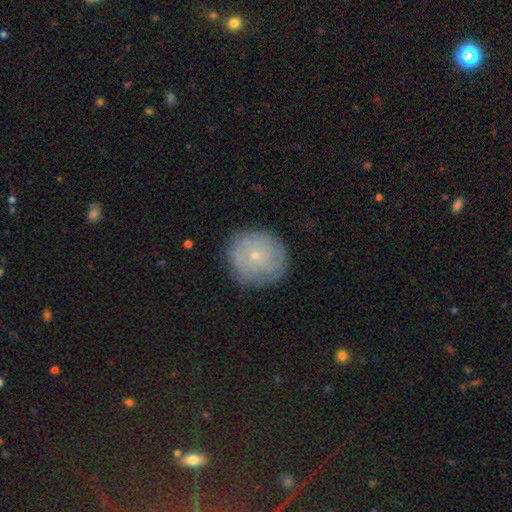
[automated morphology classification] featured or disk 47%, smooth 44%, star or artifact 9%. Down the decision tree: merging — none (81%).